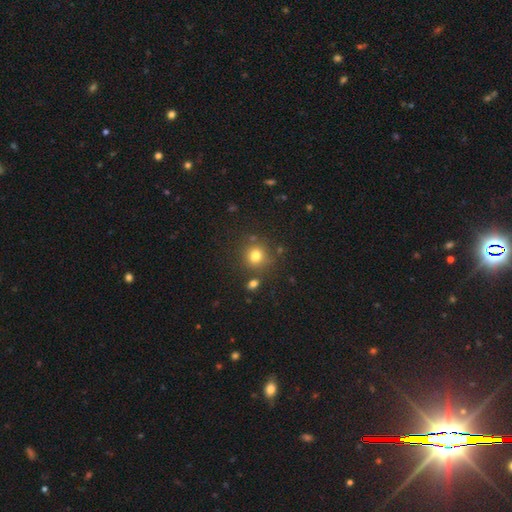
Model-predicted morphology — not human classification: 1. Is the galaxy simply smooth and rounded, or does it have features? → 77% smooth, 15% star or artifact, 8% featured or disk.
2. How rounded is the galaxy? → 86% round, 13% in between, 1% cigar-shaped.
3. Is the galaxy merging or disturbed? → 77% none, 11% minor disturbance, 8% merger, 4% major disturbance.